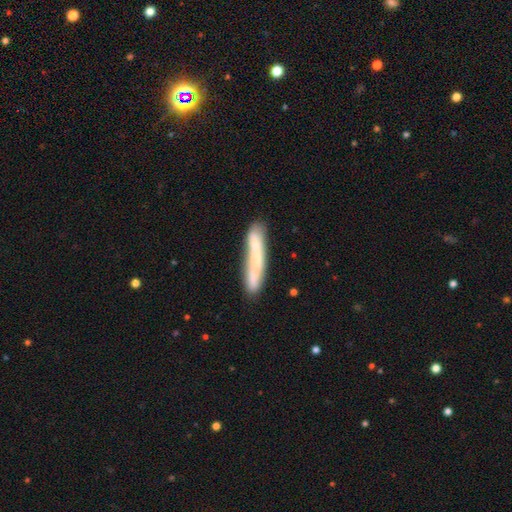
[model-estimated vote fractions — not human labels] smooth 55%, featured or disk 37%, star or artifact 7%. Down the decision tree: how rounded — cigar-shaped (93%); merging — none (74%).